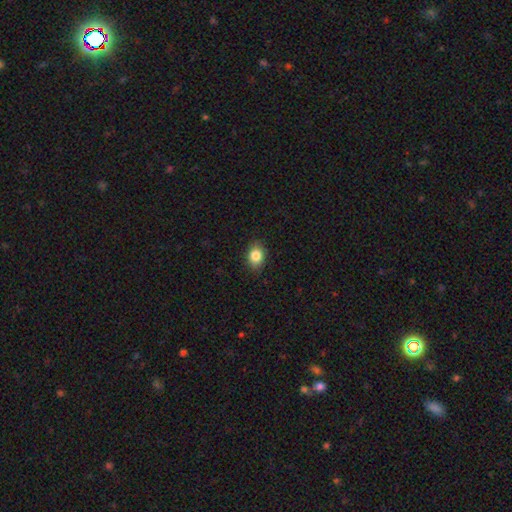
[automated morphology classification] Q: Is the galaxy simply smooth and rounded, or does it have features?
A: smooth — 84%.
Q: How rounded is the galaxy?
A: in between — 67%.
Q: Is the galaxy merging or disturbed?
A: none — 87%.